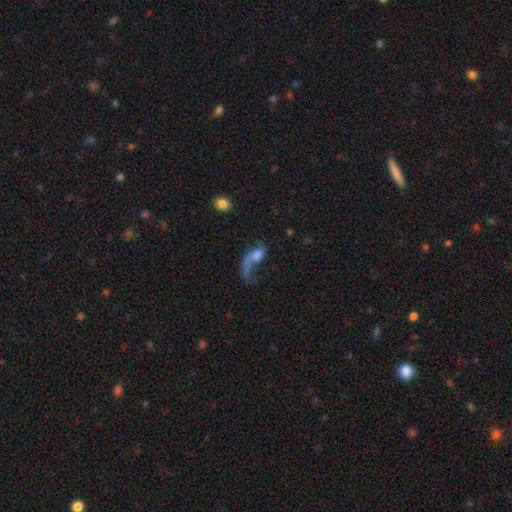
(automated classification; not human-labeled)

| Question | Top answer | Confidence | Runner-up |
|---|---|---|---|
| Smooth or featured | featured or disk | 53% | smooth (36%) |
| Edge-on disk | no | 90% | yes (10%) |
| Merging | major disturbance | 54% | none (23%) |